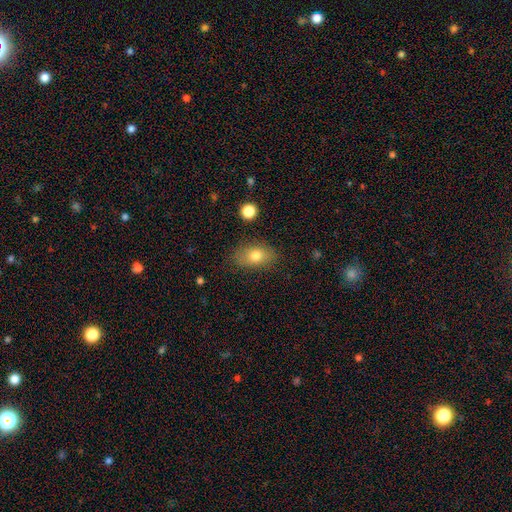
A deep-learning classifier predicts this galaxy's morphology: A smooth galaxy with no disk features (76%) that is in between round and cigar-shaped (87%). Merging: none (80%).